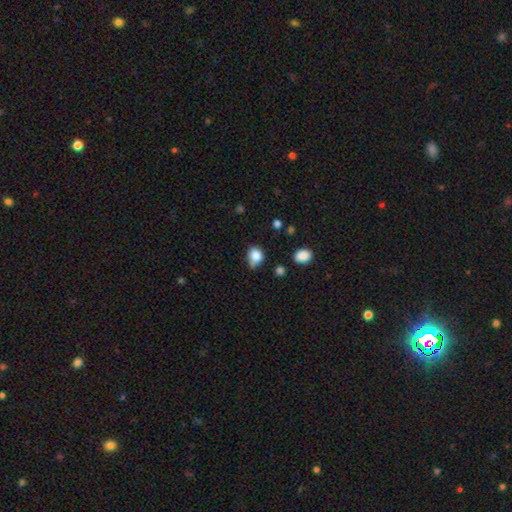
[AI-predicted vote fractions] smooth-or-featured: smooth: 82% | star or artifact: 11% | featured or disk: 7%
  how-rounded: round: 61% | in between: 38% | cigar-shaped: 1%
  merging: none: 50% | minor disturbance: 33% | merger: 9% | major disturbance: 8%